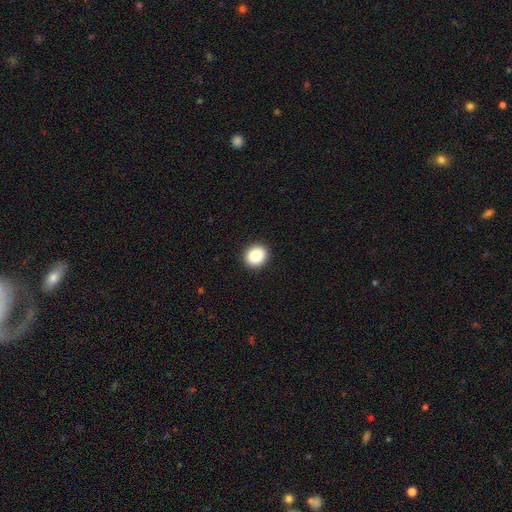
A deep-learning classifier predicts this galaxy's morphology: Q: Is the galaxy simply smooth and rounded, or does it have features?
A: smooth — 87%.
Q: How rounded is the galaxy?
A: round — 78%.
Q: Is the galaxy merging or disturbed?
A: none — 92%.